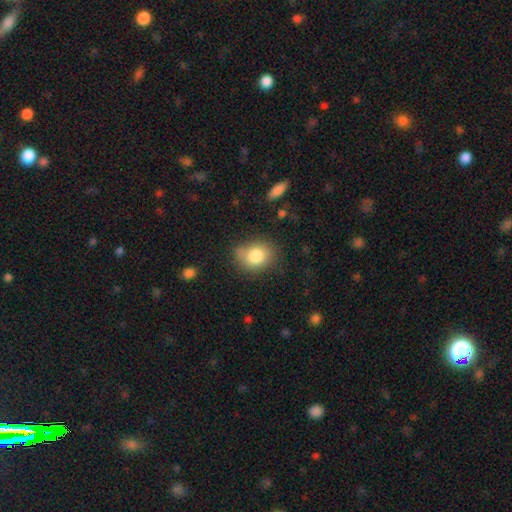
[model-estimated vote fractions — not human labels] Smooth or featured: smooth — 82% (featured or disk — 10%)
How rounded: in between — 50% (round — 49%)
Merging: none — 67% (minor disturbance — 22%)